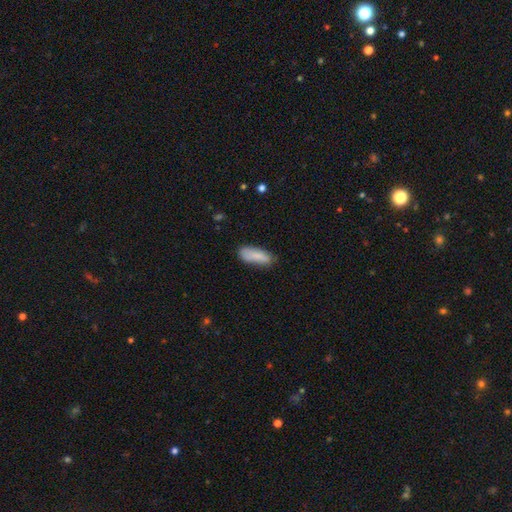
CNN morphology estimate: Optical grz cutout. It shows a smooth galaxy with no disk features (83%) that is in between round and cigar-shaped (64%). Merging: none (69%).